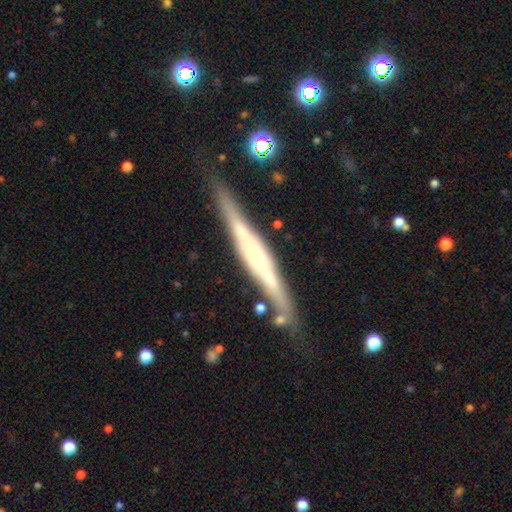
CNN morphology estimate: type=featured or disk (77%); edge-on=yes (95%); edge-on bulge=rounded (51%); merging=none (80%).